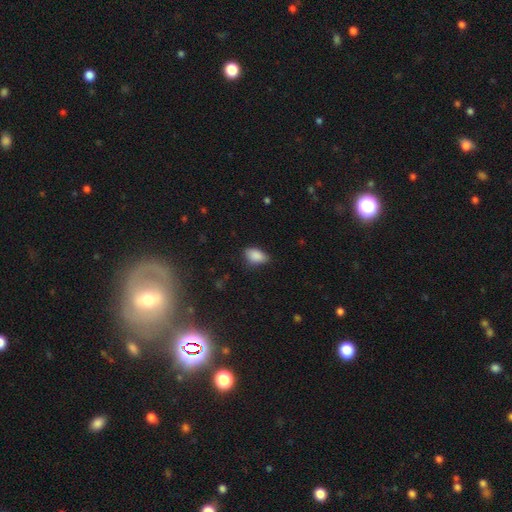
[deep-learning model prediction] A smooth galaxy with no disk features (88%) that is in between round and cigar-shaped (91%). Merging: none (70%).